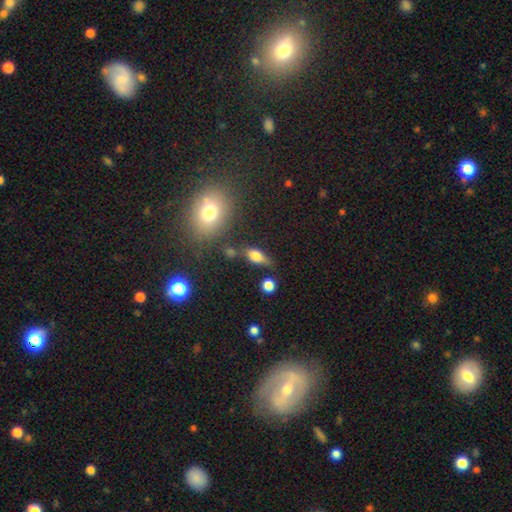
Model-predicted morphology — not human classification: type=smooth (70%); roundness=in between (74%); merging=none (57%).